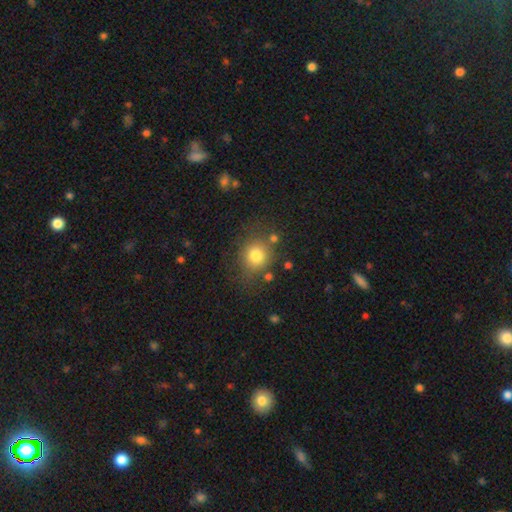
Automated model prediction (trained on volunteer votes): Smooth or featured?
  - smooth: 78% *
  - star or artifact: 12%
  - featured or disk: 9%
How rounded?
  - round: 82% *
  - in between: 17%
  - cigar-shaped: 1%
Merging?
  - none: 73% *
  - minor disturbance: 15%
  - major disturbance: 6%
  - merger: 6%